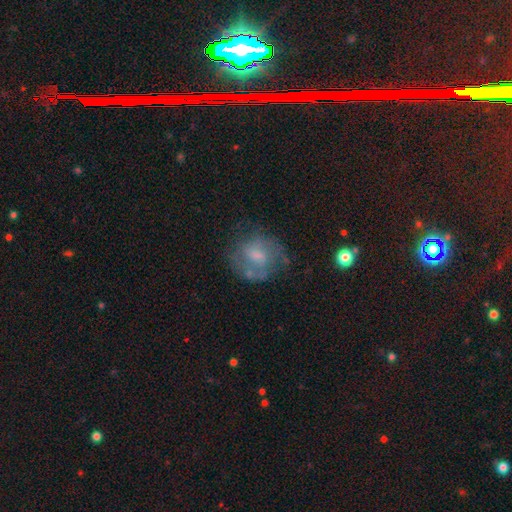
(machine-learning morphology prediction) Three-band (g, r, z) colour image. It shows a featured or disk galaxy (58%) with a weak bar (48%), spiral arms (69%) and a small central bulge (39%). Merging: none (61%).